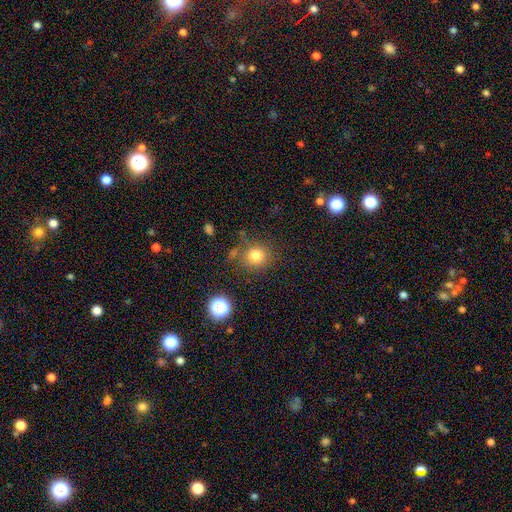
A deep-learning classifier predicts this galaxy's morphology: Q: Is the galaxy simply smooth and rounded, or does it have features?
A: smooth — 79%.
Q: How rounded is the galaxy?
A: round — 86%.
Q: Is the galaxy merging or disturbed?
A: none — 77%.